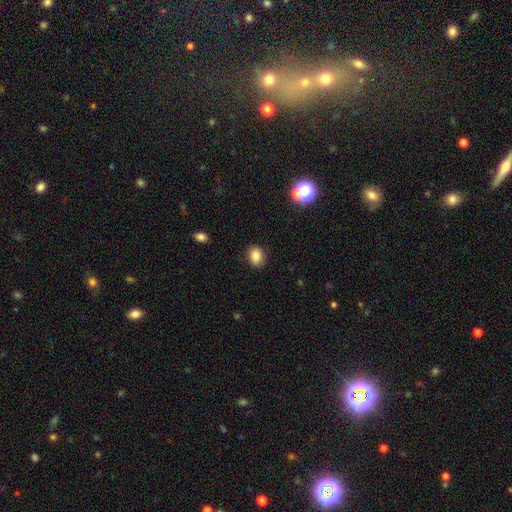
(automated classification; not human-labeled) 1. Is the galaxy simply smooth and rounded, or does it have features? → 84% smooth, 10% star or artifact, 6% featured or disk.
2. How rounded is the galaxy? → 64% in between, 35% round, 1% cigar-shaped.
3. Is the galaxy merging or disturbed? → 88% none, 9% minor disturbance, 2% major disturbance, 1% merger.